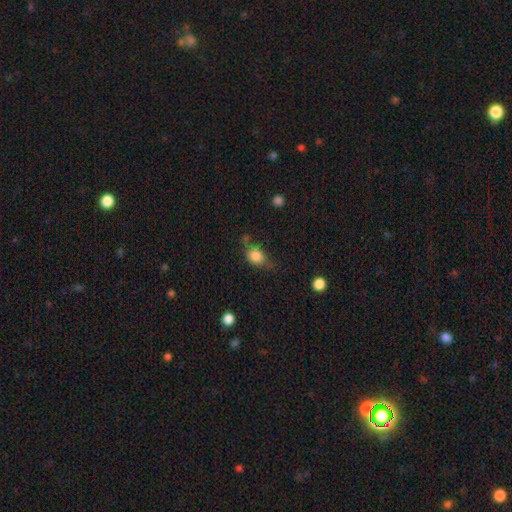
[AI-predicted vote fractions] This is clearly a smooth galaxy (81%). How rounded: possibly round (49%, tied with in between). Merging: possibly none (51%).